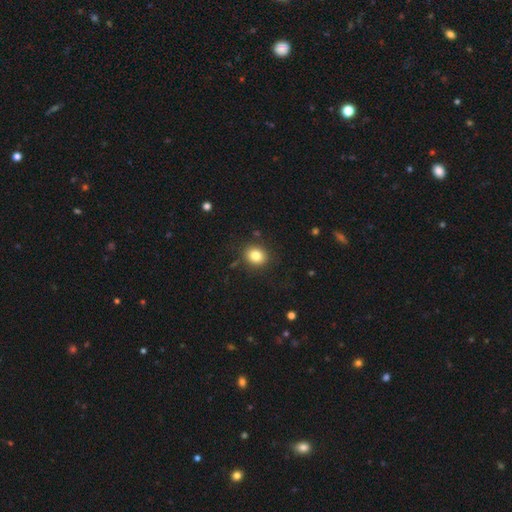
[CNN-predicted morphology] Smooth or featured?
  - smooth: 82% *
  - star or artifact: 10%
  - featured or disk: 7%
How rounded?
  - round: 64% *
  - in between: 35%
  - cigar-shaped: 1%
Merging?
  - none: 86% *
  - minor disturbance: 9%
  - major disturbance: 3%
  - merger: 2%